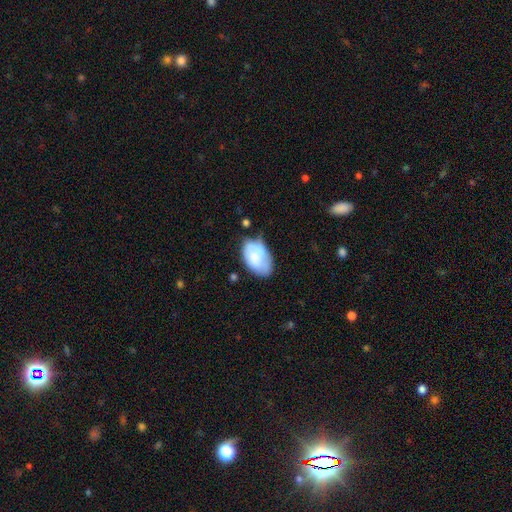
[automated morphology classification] Smooth or featured? smooth (73%)
How rounded? in between (92%)
Merging? none (54%)